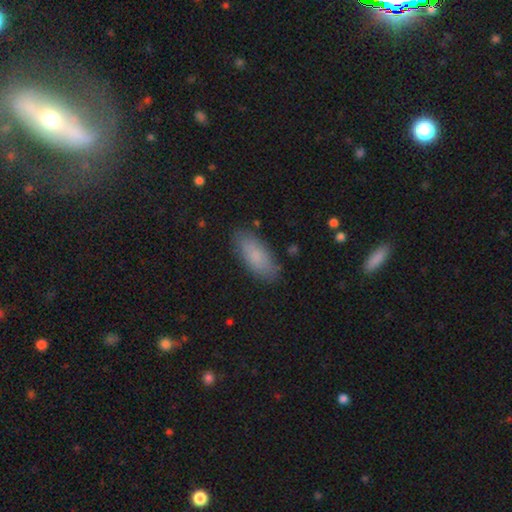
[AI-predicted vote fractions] A smooth galaxy with no disk features (82%) that is in between round and cigar-shaped (79%). Merging: none (85%).